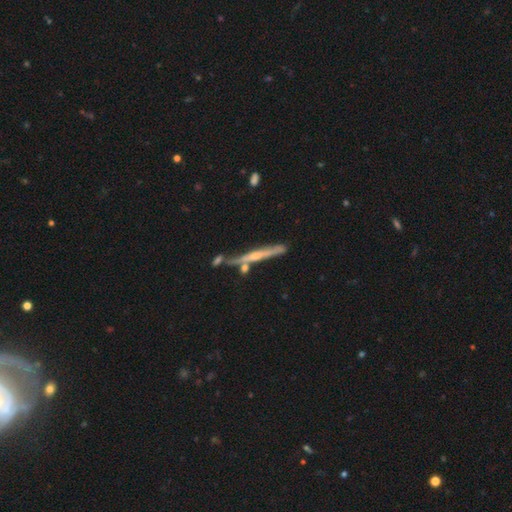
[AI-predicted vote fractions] This is likely a featured or disk galaxy (70%). It is clearly viewed edge-on (96%). Edge-on bulge: possibly rounded (57%). Merging: likely none (70%).